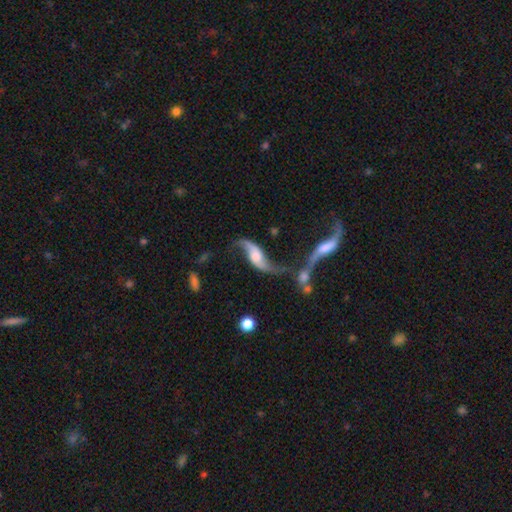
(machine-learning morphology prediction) A featured or disk galaxy (84%) with no bar (53%), 2 (93%) loose (91%) spiral arms (94%) and a moderate central bulge (35%). Merging: none (42%).